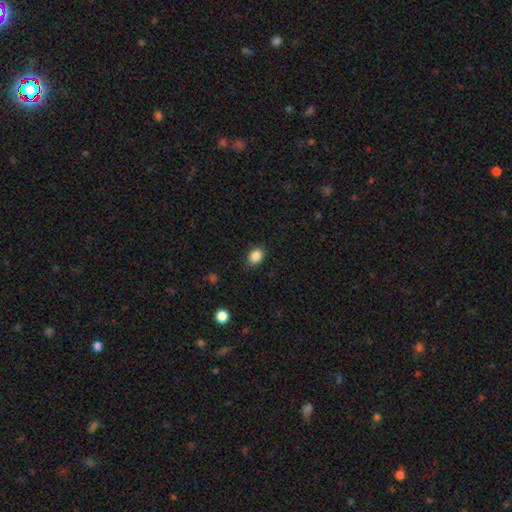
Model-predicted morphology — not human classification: The model was most divided on "how rounded": in between: 70%, round: 29%, cigar-shaped: 1%. More confident: smooth or featured — smooth (87%); merging — none (86%).